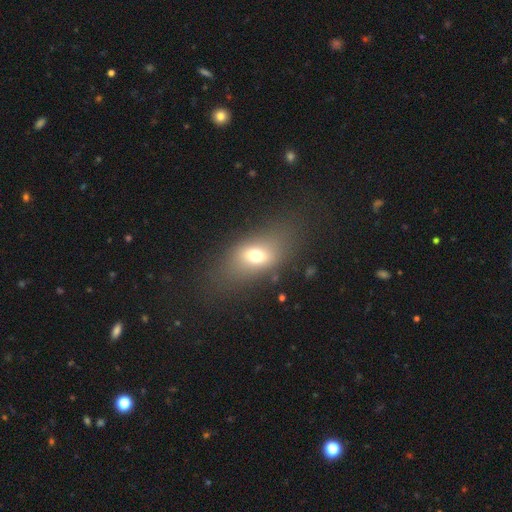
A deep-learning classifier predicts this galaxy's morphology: Smooth or featured: smooth — 64% (featured or disk — 21%)
How rounded: in between — 78% (round — 18%)
Merging: none — 69% (minor disturbance — 16%)